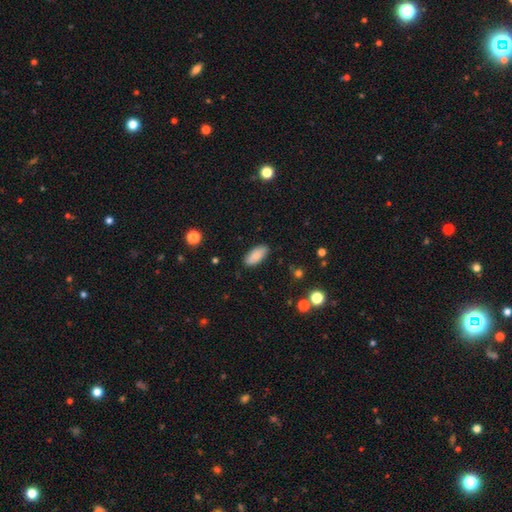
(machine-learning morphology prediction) This appears to be a smooth galaxy with no disk features (84%) that is in between round and cigar-shaped (89%). Merging: none (88%).